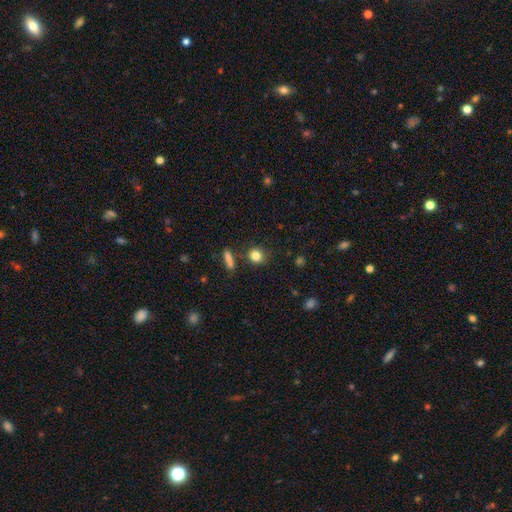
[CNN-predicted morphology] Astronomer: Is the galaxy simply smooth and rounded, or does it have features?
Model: smooth — 84%.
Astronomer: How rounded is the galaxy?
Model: round — 80%.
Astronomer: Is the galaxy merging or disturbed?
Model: none — 83%.